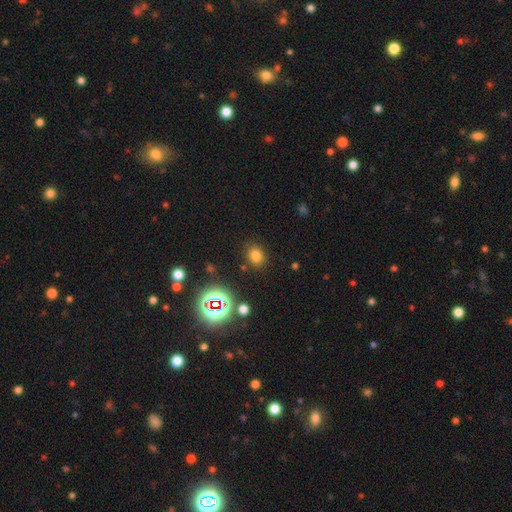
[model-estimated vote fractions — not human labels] Smooth or featured? Predicted: smooth (p=0.73). How rounded? Predicted: round (p=0.57). Merging? Predicted: none (p=0.84).